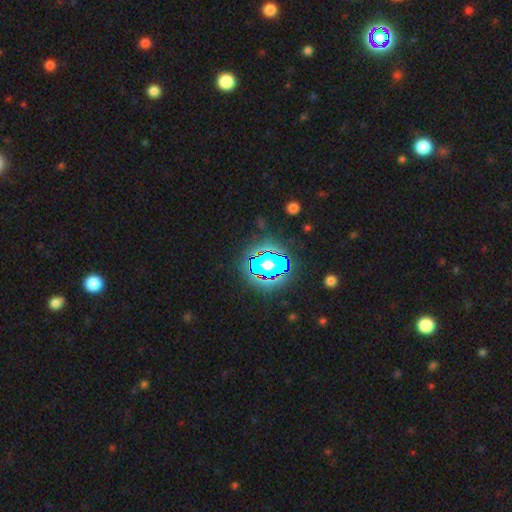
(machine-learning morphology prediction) Smooth or featured?
  - star or artifact: 72% *
  - smooth: 17%
  - featured or disk: 11%